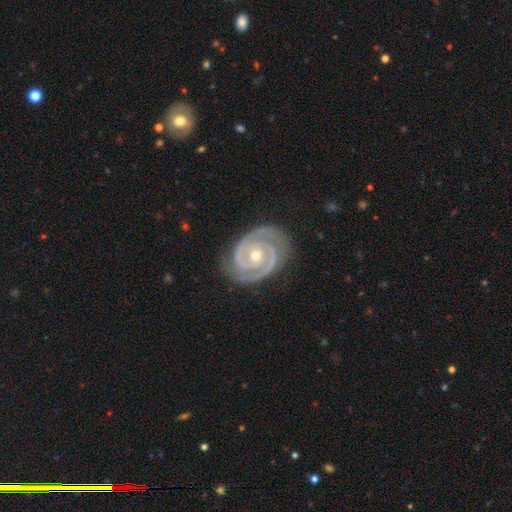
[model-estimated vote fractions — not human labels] featured or disk 93%, star or artifact 4%, smooth 3%. Down the decision tree: edge-on disk — no (98%); bar — no (67%); spiral arms — yes (98%); spiral arm count — 2 (86%); spiral winding — tight (75%); bulge size — moderate (62%); merging — none (81%).